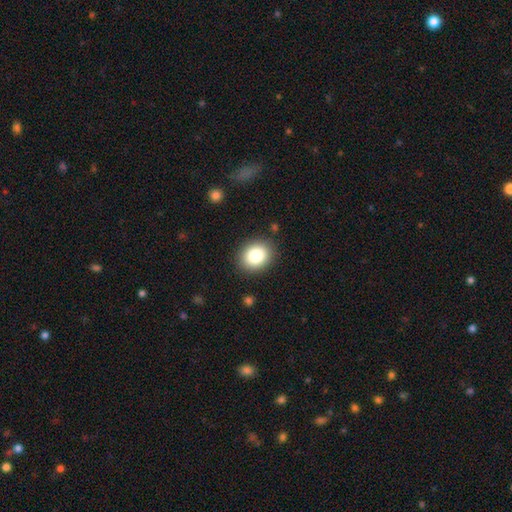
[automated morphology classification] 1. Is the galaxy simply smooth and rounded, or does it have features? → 84% smooth, 9% star or artifact, 7% featured or disk.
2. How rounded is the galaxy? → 54% round, 45% in between, 1% cigar-shaped.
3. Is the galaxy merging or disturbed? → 88% none, 8% minor disturbance, 2% major disturbance, 1% merger.